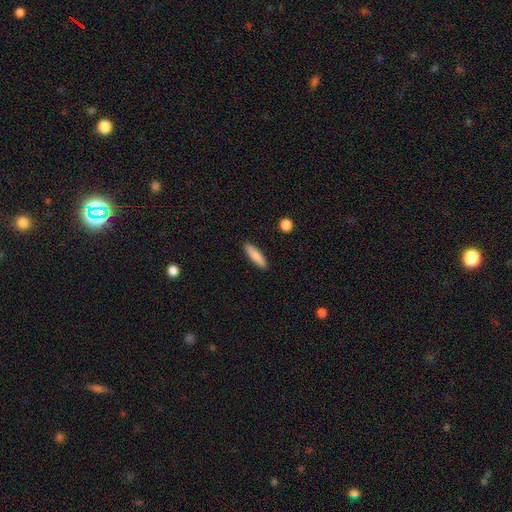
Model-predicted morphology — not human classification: Q: Smooth or featured?
A: smooth (85%); runner-up: featured or disk (9%)
Q: How rounded?
A: cigar-shaped (71%); runner-up: in between (28%)
Q: Merging?
A: none (91%); runner-up: minor disturbance (7%)